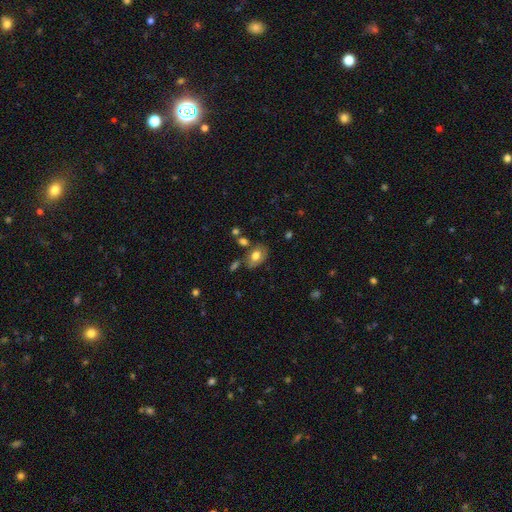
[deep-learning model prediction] A smooth galaxy with no disk features (68%) that is in between round and cigar-shaped (85%). Merging: none (62%).